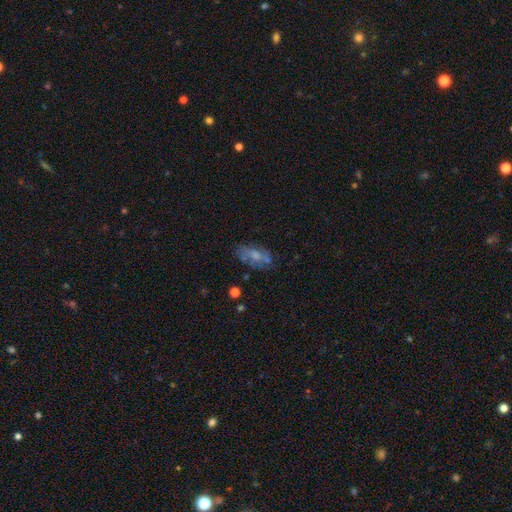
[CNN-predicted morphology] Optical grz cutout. It shows a smooth galaxy with no disk features (49%). Merging: none (56%).